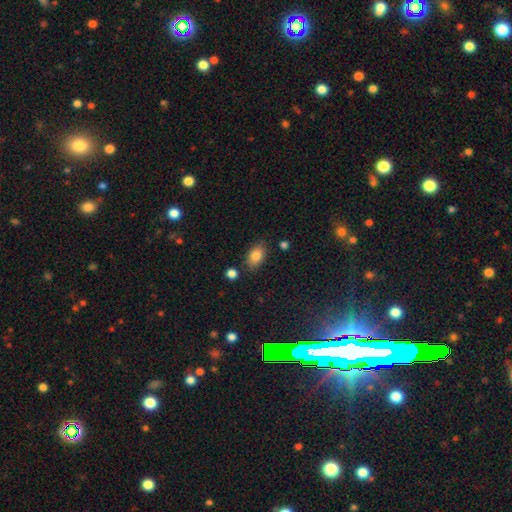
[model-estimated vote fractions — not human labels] Smooth or featured? Predicted: smooth (p=0.83). How rounded? Predicted: in between (p=0.87). Merging? Predicted: none (p=0.81).